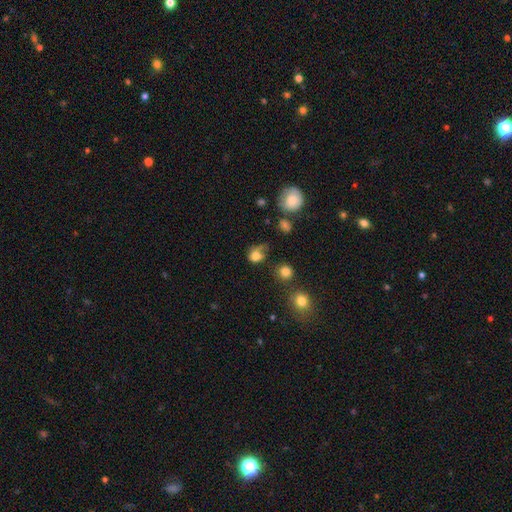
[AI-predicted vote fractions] This appears to be a smooth galaxy with no disk features (72%) that is round (54%). Merging: major disturbance (33%).